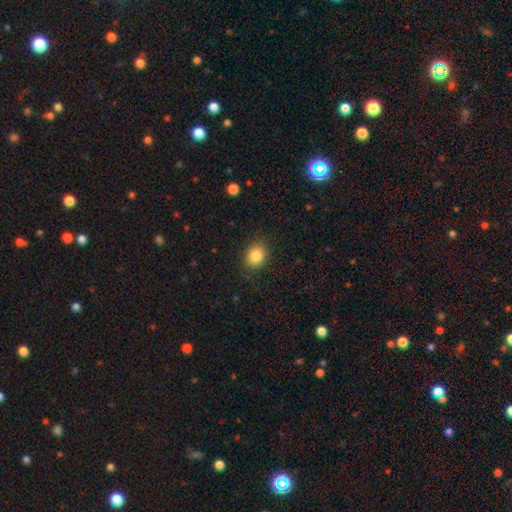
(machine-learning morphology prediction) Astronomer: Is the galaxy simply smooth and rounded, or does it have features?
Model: smooth — 85%.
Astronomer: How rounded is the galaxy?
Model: round — 54% (runner-up: in between, 45%).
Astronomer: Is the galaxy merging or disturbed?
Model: none — 87%.